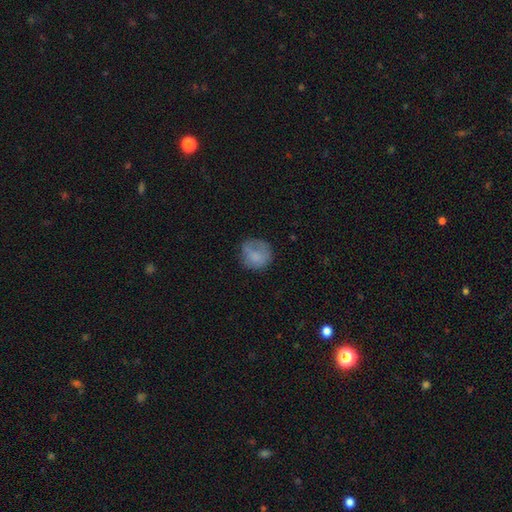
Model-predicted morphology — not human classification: Smooth or featured: smooth — 76% (featured or disk — 16%)
How rounded: round — 84% (in between — 15%)
Merging: none — 61% (minor disturbance — 24%)